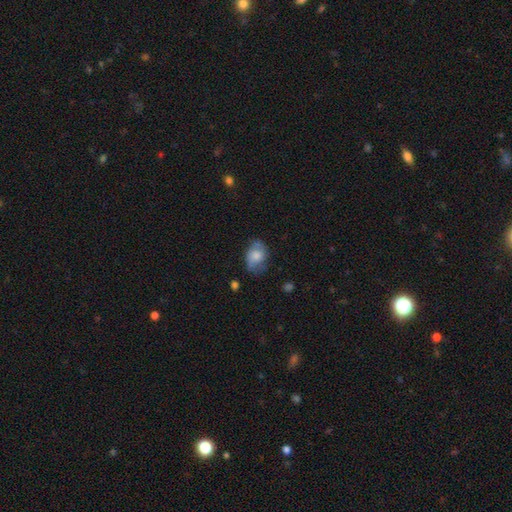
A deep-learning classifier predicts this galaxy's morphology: A smooth galaxy with no disk features (59%) that is in between round and cigar-shaped (69%).

Vote fractions:
- Smooth or featured? smooth: 59% / featured or disk: 32% / star or artifact: 8%
- How rounded? in between: 69% / round: 30% / cigar-shaped: 1%
- Merging? none: 55% / minor disturbance: 30% / major disturbance: 12% / merger: 2%